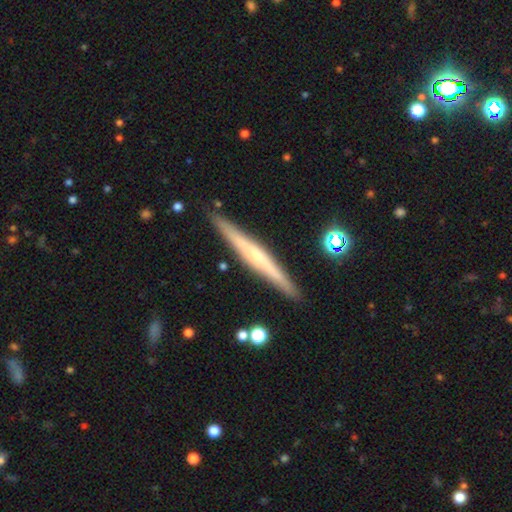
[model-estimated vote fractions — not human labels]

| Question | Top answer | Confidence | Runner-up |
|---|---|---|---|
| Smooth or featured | featured or disk | 67% | smooth (26%) |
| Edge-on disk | yes | 97% | no (3%) |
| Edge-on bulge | rounded | 66% | none (27%) |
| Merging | none | 90% | minor disturbance (7%) |